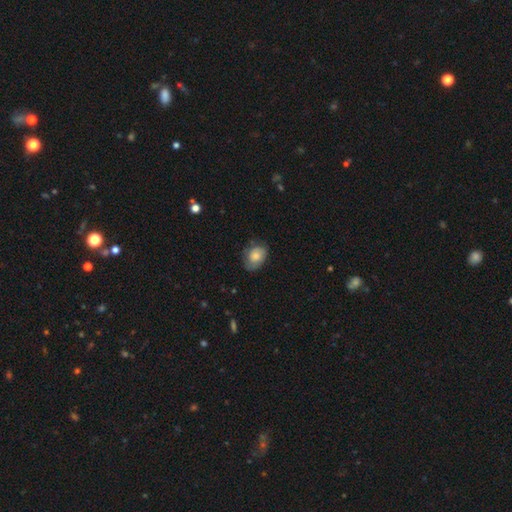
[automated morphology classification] The model was most divided on "smooth or featured": smooth: 63%, featured or disk: 30%, star or artifact: 8%. More confident: how rounded — in between (69%); merging — none (64%).